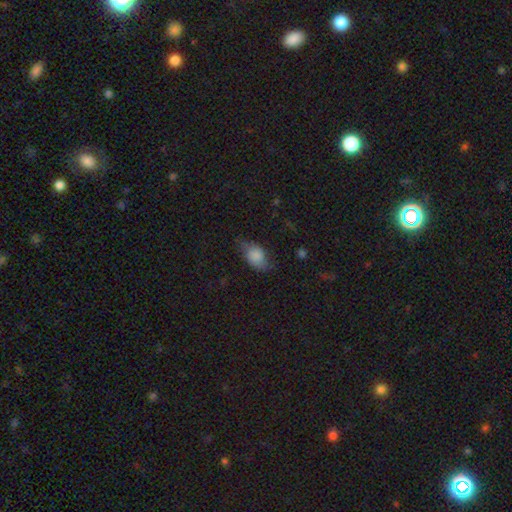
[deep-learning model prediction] Morphology: type=smooth (73%); roundness=in between (85%); merging=none (53%).